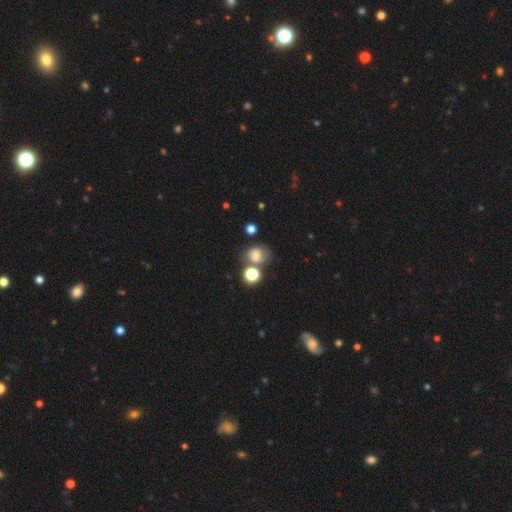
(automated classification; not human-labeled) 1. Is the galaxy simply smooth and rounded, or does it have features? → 62% smooth, 20% featured or disk, 18% star or artifact.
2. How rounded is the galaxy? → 65% round, 34% in between, 1% cigar-shaped.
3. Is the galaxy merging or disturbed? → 56% none, 20% merger, 17% minor disturbance, 8% major disturbance.